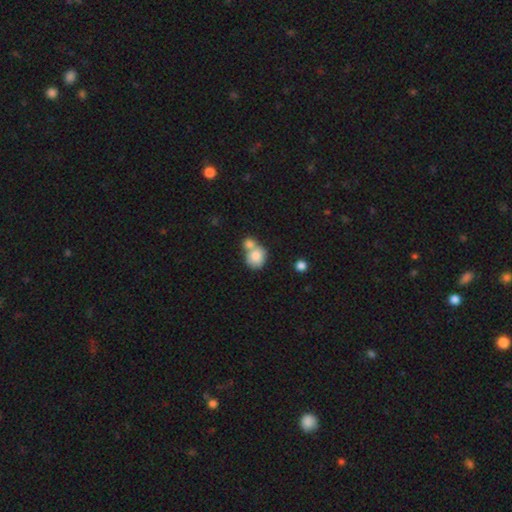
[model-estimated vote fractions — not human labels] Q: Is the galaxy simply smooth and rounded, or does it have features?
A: smooth — 82%.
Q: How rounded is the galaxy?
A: round — 71%.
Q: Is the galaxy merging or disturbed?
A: merger — 55%.